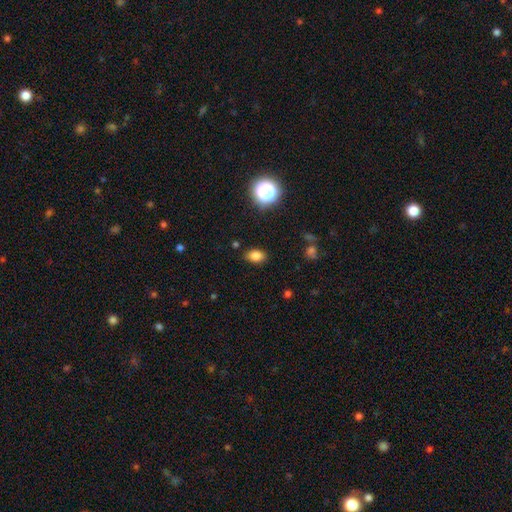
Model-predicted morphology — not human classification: Smooth or featured: smooth — 80% (star or artifact — 14%)
How rounded: in between — 81% (round — 17%)
Merging: none — 85% (minor disturbance — 11%)